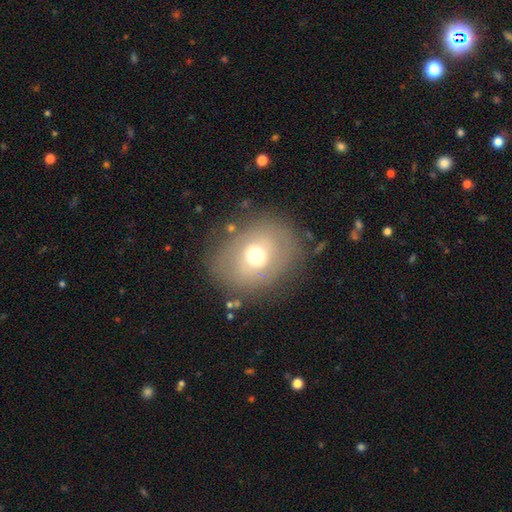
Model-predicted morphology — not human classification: smooth_or_featured: smooth (p=0.55) [alt: featured or disk p=0.34]
how_rounded: round (p=0.52) [alt: in between p=0.47]
merging: none (p=0.77) [alt: minor disturbance p=0.14]